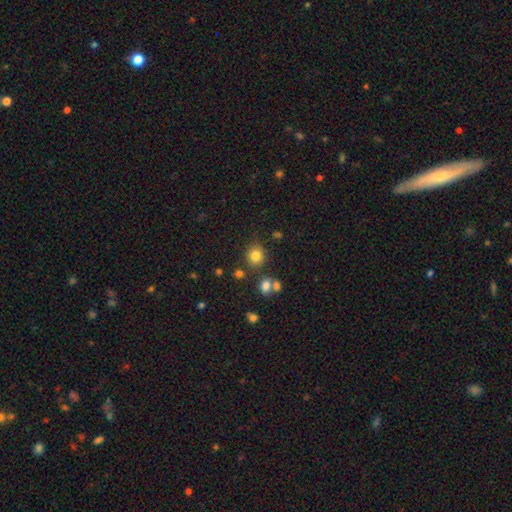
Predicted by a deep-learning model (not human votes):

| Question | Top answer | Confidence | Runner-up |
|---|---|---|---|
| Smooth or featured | smooth | 80% | star or artifact (13%) |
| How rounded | round | 83% | in between (16%) |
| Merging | none | 78% | minor disturbance (10%) |